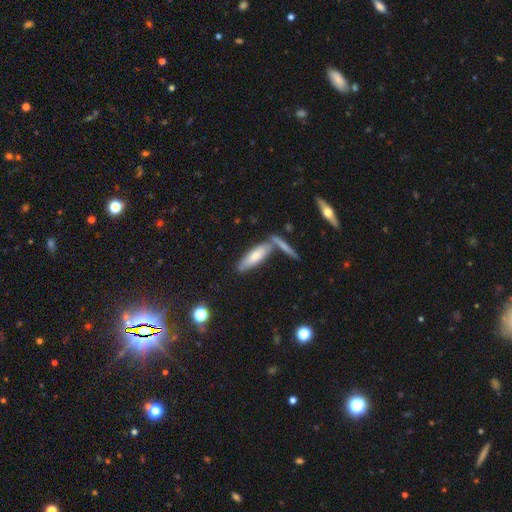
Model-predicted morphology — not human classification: smooth_or_featured: smooth (p=0.70) [alt: featured or disk p=0.24]
how_rounded: cigar-shaped (p=0.57) [alt: in between p=0.41]
merging: none (p=0.57) [alt: merger p=0.25]